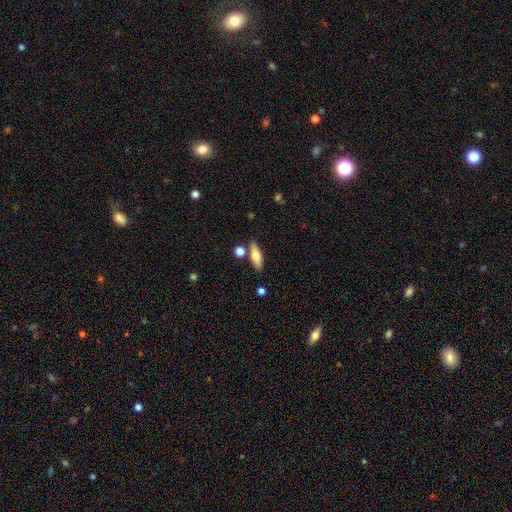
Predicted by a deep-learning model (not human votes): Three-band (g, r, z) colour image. It shows a smooth galaxy with no disk features (62%) that is cigar-shaped (48%, tied with in between). Merging: none (79%).